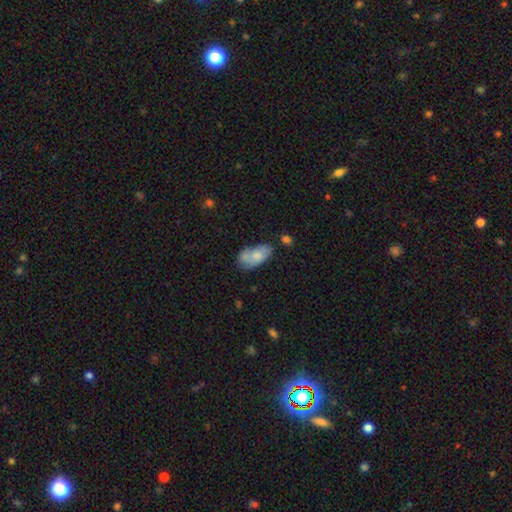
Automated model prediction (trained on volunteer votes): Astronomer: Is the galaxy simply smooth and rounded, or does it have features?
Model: smooth — 67%.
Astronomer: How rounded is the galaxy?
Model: in between — 93%.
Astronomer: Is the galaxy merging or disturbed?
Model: none — 45% (runner-up: minor disturbance, 29%).